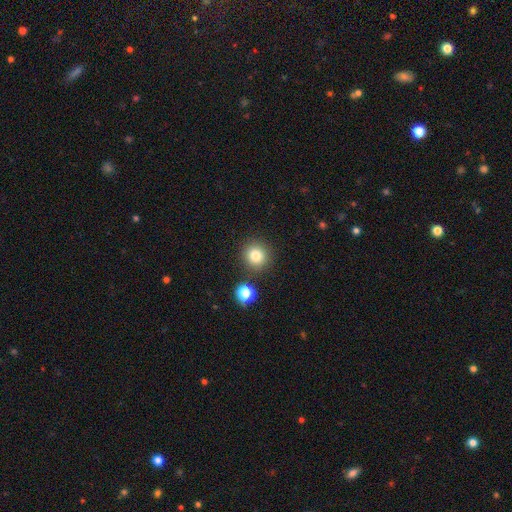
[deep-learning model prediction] Smooth or featured: smooth — 81% (star or artifact — 13%)
How rounded: round — 92% (in between — 7%)
Merging: none — 84% (minor disturbance — 7%)